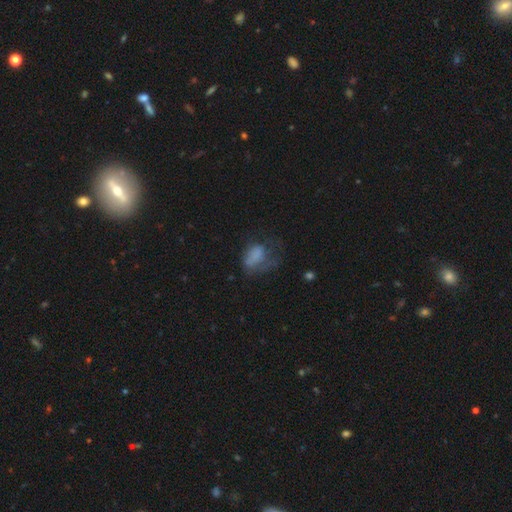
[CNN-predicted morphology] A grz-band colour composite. It shows a smooth galaxy with no disk features (62%) that is in between round and cigar-shaped (81%). Merging: major disturbance (48%).